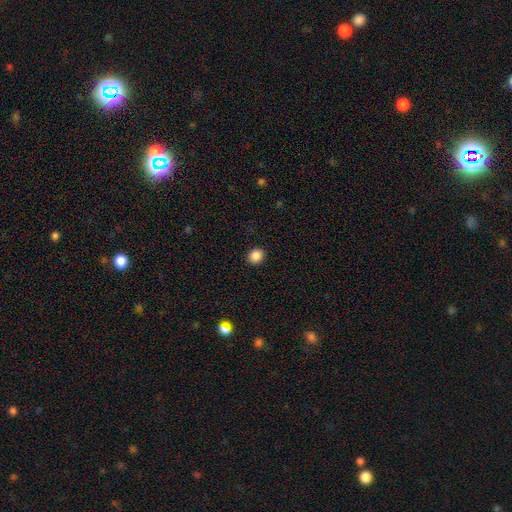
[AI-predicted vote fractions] This appears to be a smooth galaxy with no disk features (87%) that is round (82%). Merging: none (92%).